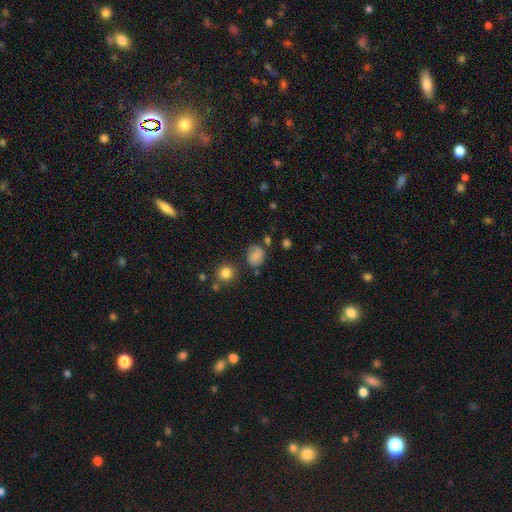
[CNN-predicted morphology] The model was most divided on "how rounded": round: 58%, in between: 41%, cigar-shaped: 1%. More confident: smooth or featured — smooth (80%); merging — none (68%).